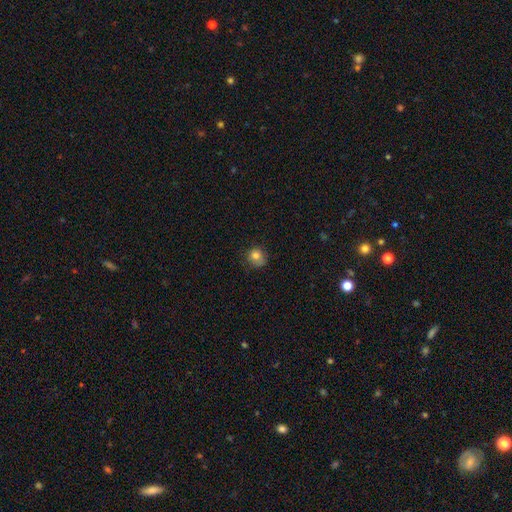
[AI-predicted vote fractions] Smooth or featured: smooth — 79% (star or artifact — 11%)
How rounded: round — 81% (in between — 18%)
Merging: none — 65% (minor disturbance — 25%)